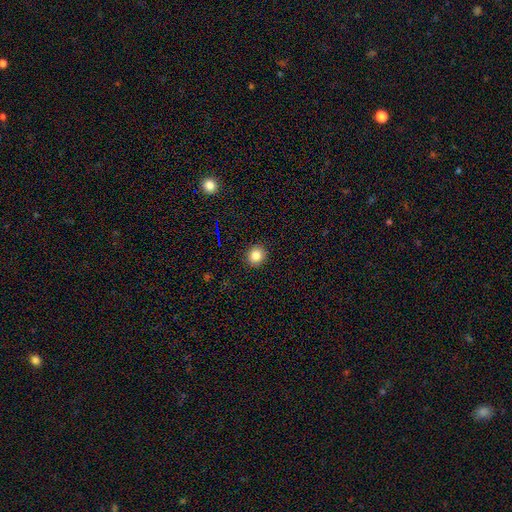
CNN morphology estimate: The model was most divided on "how rounded": round: 86%, in between: 13%, cigar-shaped: 1%. More confident: merging — none (91%); smooth or featured — smooth (84%).